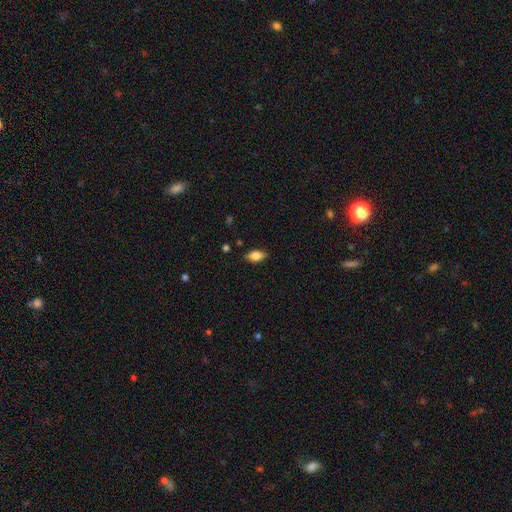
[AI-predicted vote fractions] Q: Smooth or featured?
A: smooth (75%); runner-up: featured or disk (18%)
Q: How rounded?
A: in between (87%); runner-up: cigar-shaped (8%)
Q: Merging?
A: none (84%); runner-up: minor disturbance (12%)